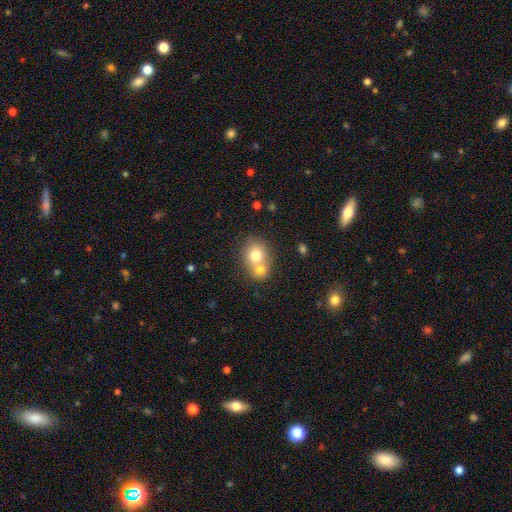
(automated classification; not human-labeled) This is likely a smooth galaxy (74%). How rounded: likely round (70%). Merging: possibly merger (59%).